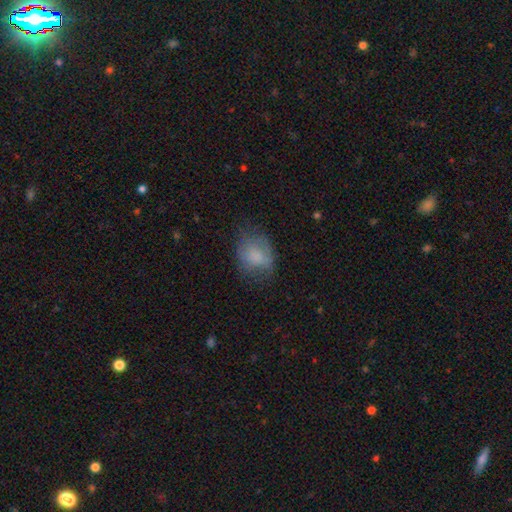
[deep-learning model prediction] Smooth or featured?
  - smooth: 73% *
  - featured or disk: 17%
  - star or artifact: 9%
How rounded?
  - in between: 56% *
  - round: 42%
  - cigar-shaped: 1%
Merging?
  - none: 50% *
  - minor disturbance: 30%
  - major disturbance: 18%
  - merger: 2%